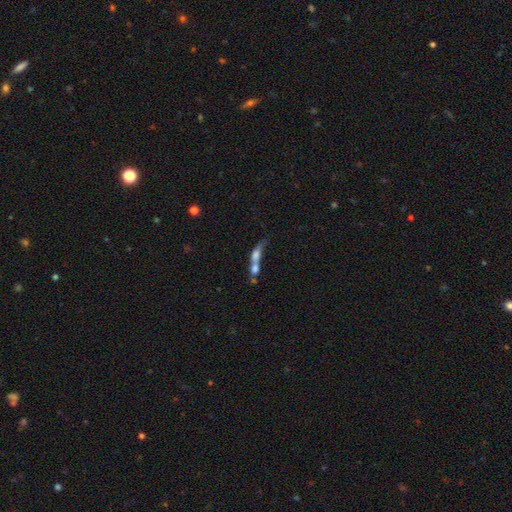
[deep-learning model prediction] smooth-or-featured: smooth: 53% | featured or disk: 35% | star or artifact: 12%
  how-rounded: cigar-shaped: 49% | in between: 40% | round: 12%
  merging: merger: 67% | none: 15% | major disturbance: 11% | minor disturbance: 7%